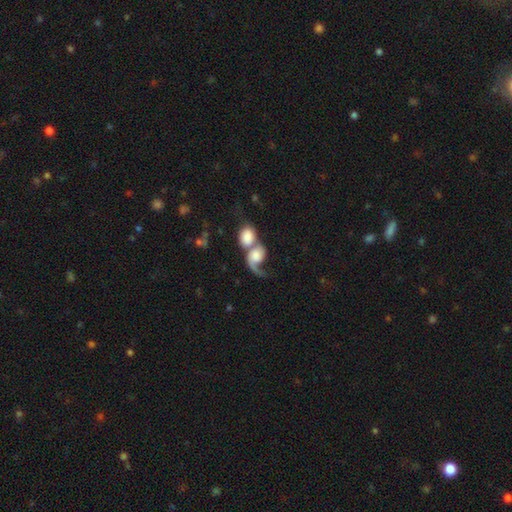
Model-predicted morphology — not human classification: A featured or disk galaxy (48%). Merging: merger (73%).